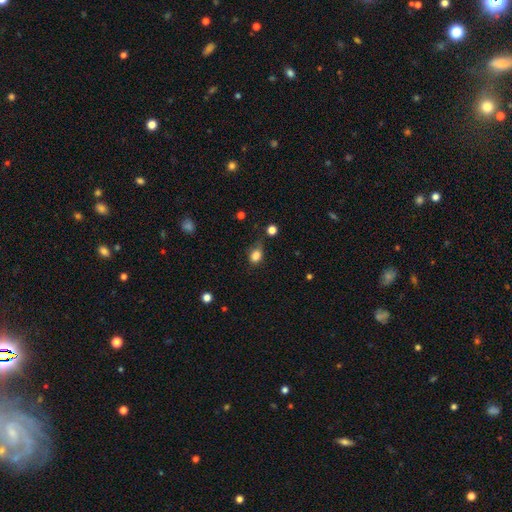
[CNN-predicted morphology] Smooth or featured?
  - smooth: 84% *
  - star or artifact: 11%
  - featured or disk: 5%
How rounded?
  - in between: 61% *
  - round: 37%
  - cigar-shaped: 2%
Merging?
  - none: 50% *
  - minor disturbance: 35%
  - major disturbance: 11%
  - merger: 3%